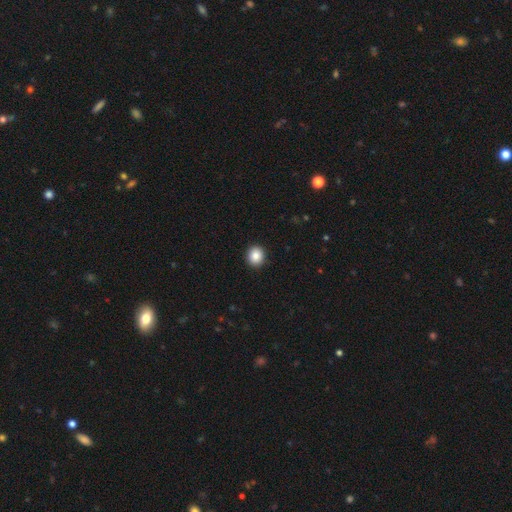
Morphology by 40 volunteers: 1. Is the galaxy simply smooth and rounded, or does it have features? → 88% smooth, 8% star or artifact, 5% featured or disk.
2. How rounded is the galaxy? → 69% round, 31% in between, 0% cigar-shaped.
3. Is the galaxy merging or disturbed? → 89% none, 8% minor disturbance, 3% merger, 0% major disturbance.